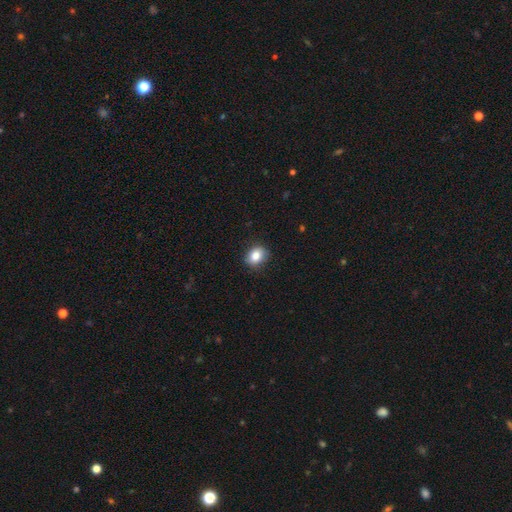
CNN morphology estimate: The model was most divided on "how rounded": in between: 52%, round: 47%, cigar-shaped: 1%. More confident: merging — none (85%); smooth or featured — smooth (85%).